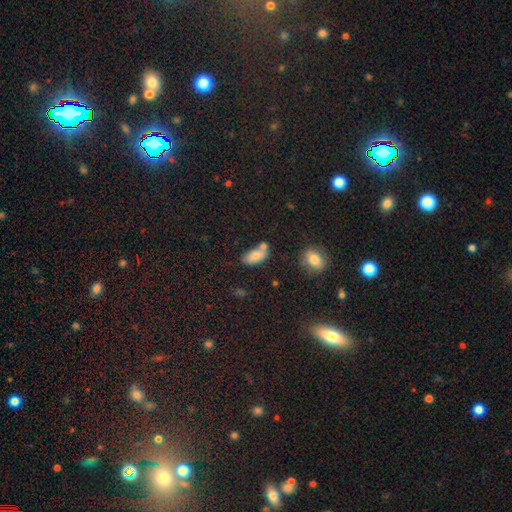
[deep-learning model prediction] Smooth or featured?
  - smooth: 79% *
  - featured or disk: 12%
  - star or artifact: 9%
How rounded?
  - in between: 92% *
  - cigar-shaped: 4%
  - round: 4%
Merging?
  - none: 53% *
  - merger: 22%
  - minor disturbance: 19%
  - major disturbance: 6%